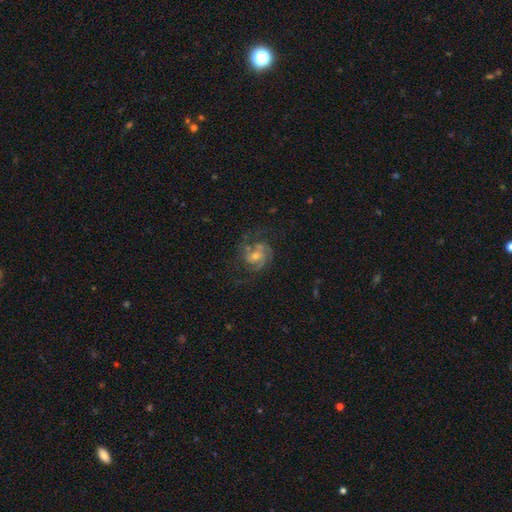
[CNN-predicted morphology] This appears to be a featured or disk galaxy (81%) with no bar (64%), 2 (41%) medium (47%) spiral arms (94%) and a moderate central bulge (48%). Merging: none (58%).